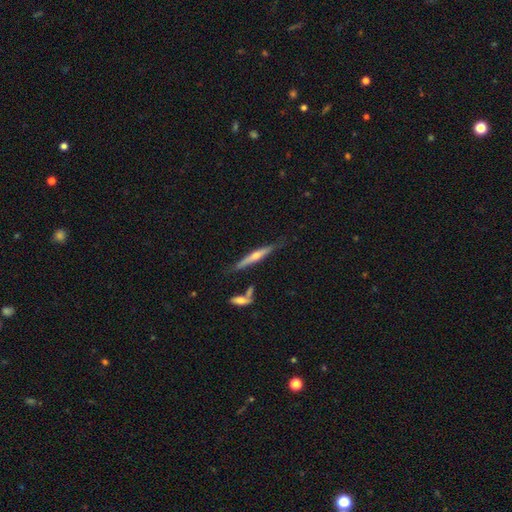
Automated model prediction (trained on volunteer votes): This is likely a featured or disk galaxy (65%). It is clearly viewed edge-on (96%). Edge-on bulge: clearly rounded (84%). Merging: likely none (77%).